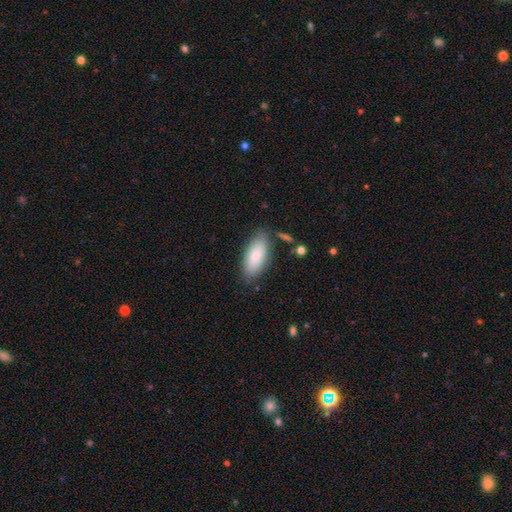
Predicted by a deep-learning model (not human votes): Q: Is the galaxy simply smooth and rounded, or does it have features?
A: smooth — 83%.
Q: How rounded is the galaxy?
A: in between — 87%.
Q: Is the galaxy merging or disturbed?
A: none — 79%.